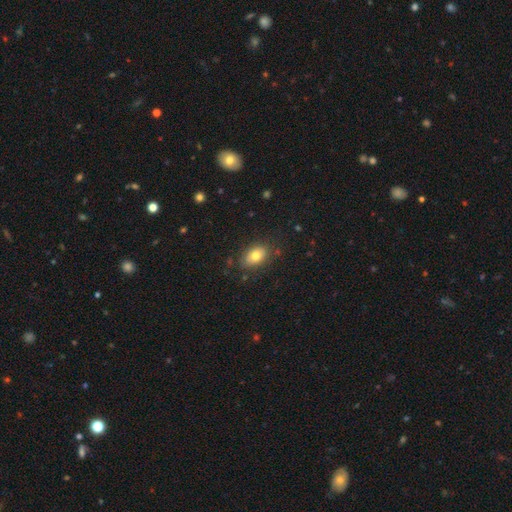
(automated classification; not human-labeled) Q: Smooth or featured?
A: smooth (76%); runner-up: featured or disk (16%)
Q: How rounded?
A: in between (86%); runner-up: round (13%)
Q: Merging?
A: none (79%); runner-up: minor disturbance (15%)